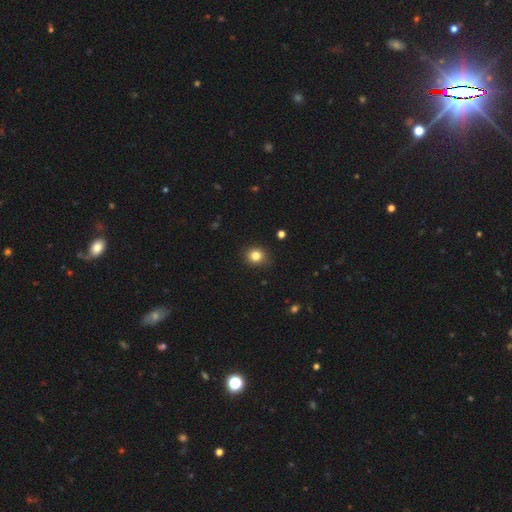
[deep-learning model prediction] smooth_or_featured: smooth (p=0.82) [alt: star or artifact p=0.12]
how_rounded: round (p=0.80) [alt: in between p=0.20]
merging: none (p=0.86) [alt: minor disturbance p=0.10]